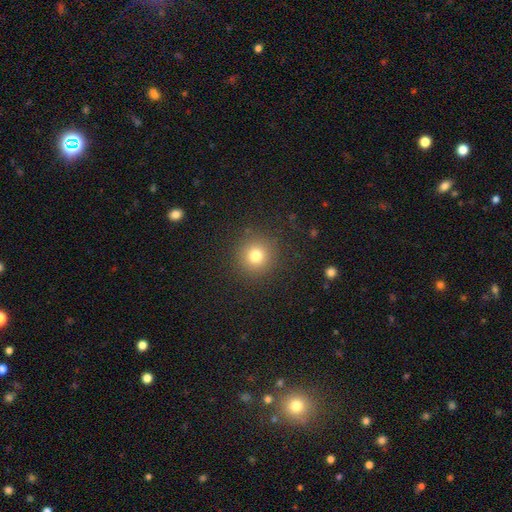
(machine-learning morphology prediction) A smooth galaxy with no disk features (77%) that is round (94%).

Vote fractions:
- Smooth or featured? smooth: 77% / star or artifact: 15% / featured or disk: 8%
- How rounded? round: 94% / in between: 5% / cigar-shaped: 1%
- Merging? none: 89% / minor disturbance: 6% / major disturbance: 3% / merger: 1%